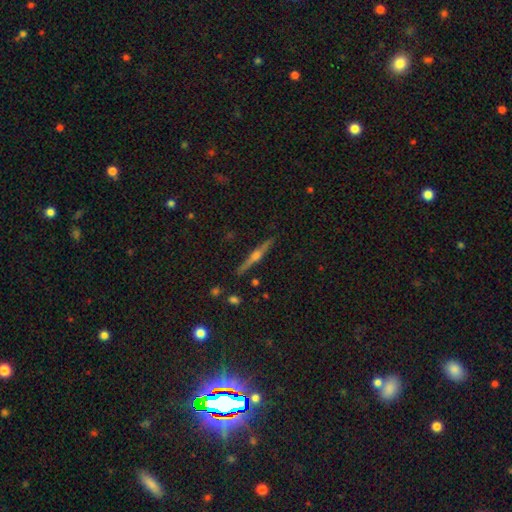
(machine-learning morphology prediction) Smooth or featured: featured or disk — 79% (smooth — 14%)
Edge-on disk: yes — 98% (no — 2%)
Edge-on bulge: rounded — 91% (boxy — 5%)
Merging: none — 91% (minor disturbance — 6%)